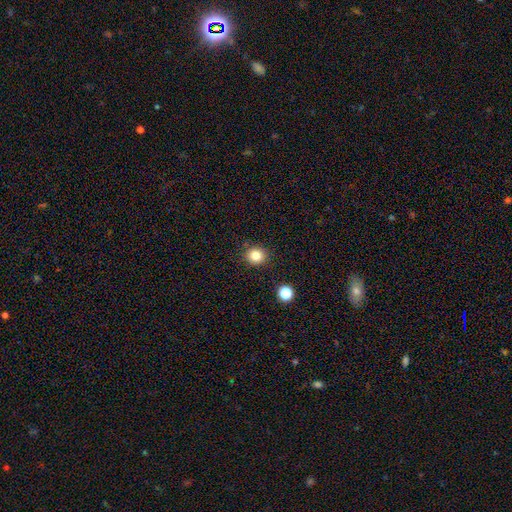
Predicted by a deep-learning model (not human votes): A smooth galaxy with no disk features (82%) that is round (84%).

Vote fractions:
- Smooth or featured? smooth: 82% / star or artifact: 12% / featured or disk: 6%
- How rounded? round: 84% / in between: 15% / cigar-shaped: 1%
- Merging? none: 88% / minor disturbance: 7% / merger: 2% / major disturbance: 2%